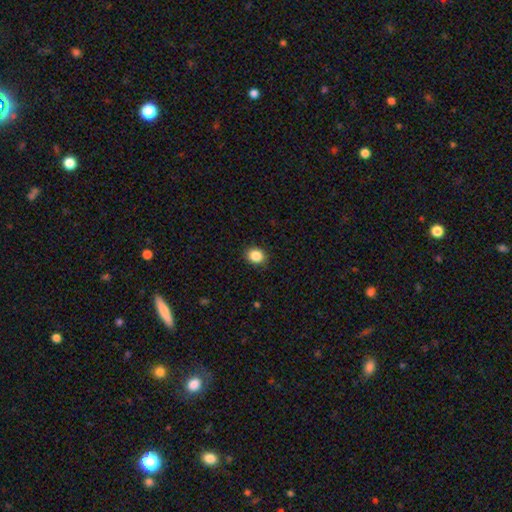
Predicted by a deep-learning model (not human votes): This appears to be a smooth galaxy with no disk features (87%) that is round (58%). Merging: none (89%).